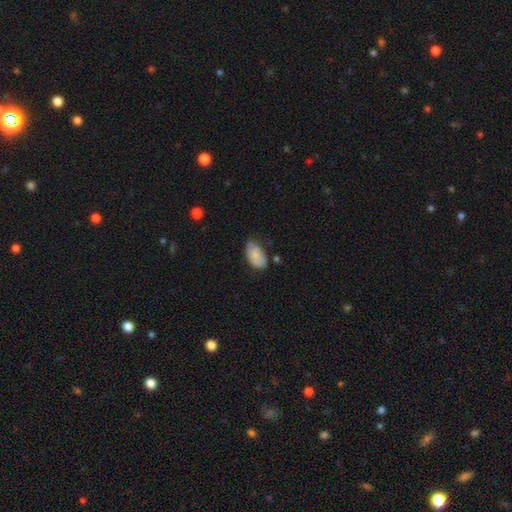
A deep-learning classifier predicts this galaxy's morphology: A smooth galaxy with no disk features (73%) that is in between round and cigar-shaped (94%).

Vote fractions:
- Smooth or featured? smooth: 73% / featured or disk: 20% / star or artifact: 7%
- How rounded? in between: 94% / round: 4% / cigar-shaped: 2%
- Merging? none: 58% / minor disturbance: 32% / major disturbance: 7% / merger: 4%